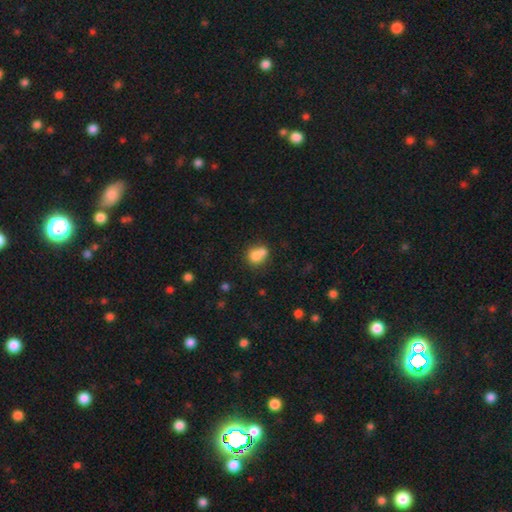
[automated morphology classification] smooth-or-featured: smooth: 75% | featured or disk: 14% | star or artifact: 11%
  how-rounded: round: 63% | in between: 36% | cigar-shaped: 1%
  merging: merger: 53% | none: 31% | minor disturbance: 11% | major disturbance: 5%